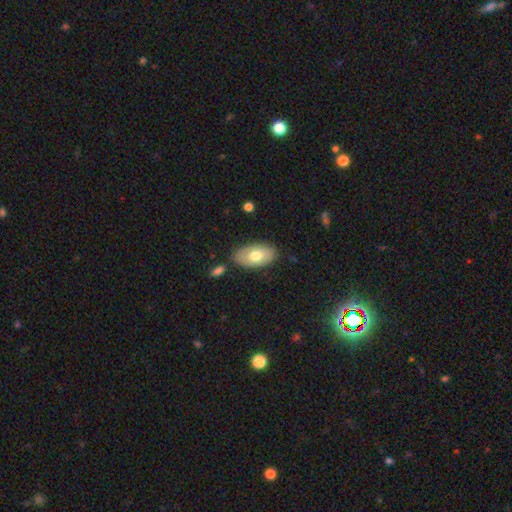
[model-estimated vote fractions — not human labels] smooth-or-featured: smooth: 67% | featured or disk: 27% | star or artifact: 6%
  how-rounded: in between: 93% | round: 5% | cigar-shaped: 2%
  merging: none: 80% | minor disturbance: 14% | merger: 4% | major disturbance: 3%